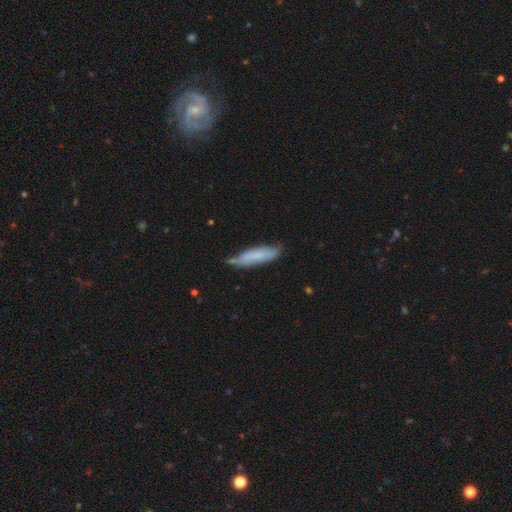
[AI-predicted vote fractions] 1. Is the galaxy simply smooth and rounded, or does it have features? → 65% smooth, 28% featured or disk, 7% star or artifact.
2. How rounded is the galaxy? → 71% cigar-shaped, 28% in between, 1% round.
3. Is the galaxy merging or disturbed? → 60% none, 30% minor disturbance, 6% major disturbance, 4% merger.